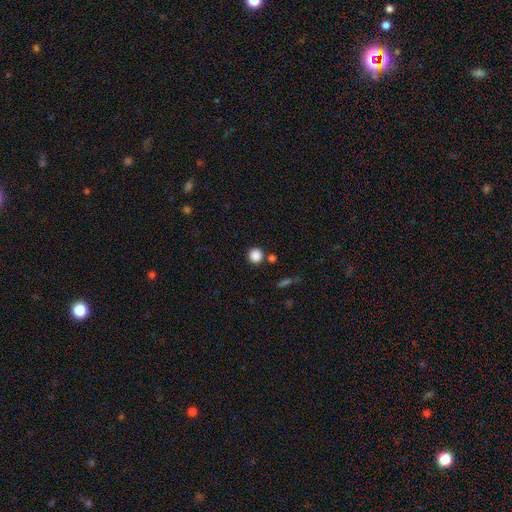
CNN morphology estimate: smooth 86%, star or artifact 10%, featured or disk 3%. Down the decision tree: how rounded — round (93%); merging — none (83%).